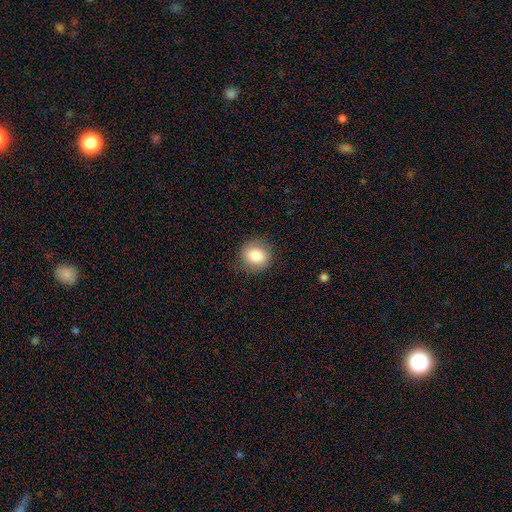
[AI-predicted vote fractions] smooth-or-featured: smooth: 82% | featured or disk: 9% | star or artifact: 9%
  how-rounded: round: 80% | in between: 19% | cigar-shaped: 1%
  merging: none: 85% | minor disturbance: 11% | major disturbance: 3% | merger: 1%